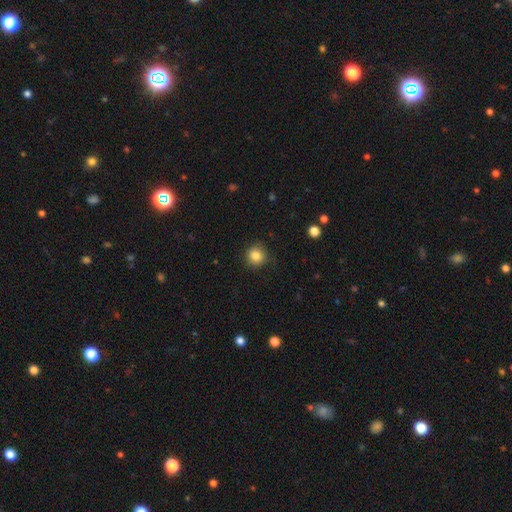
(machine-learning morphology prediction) smooth-or-featured: smooth: 84% | star or artifact: 11% | featured or disk: 6%
  how-rounded: round: 92% | in between: 7% | cigar-shaped: 1%
  merging: none: 85% | minor disturbance: 11% | major disturbance: 3% | merger: 1%